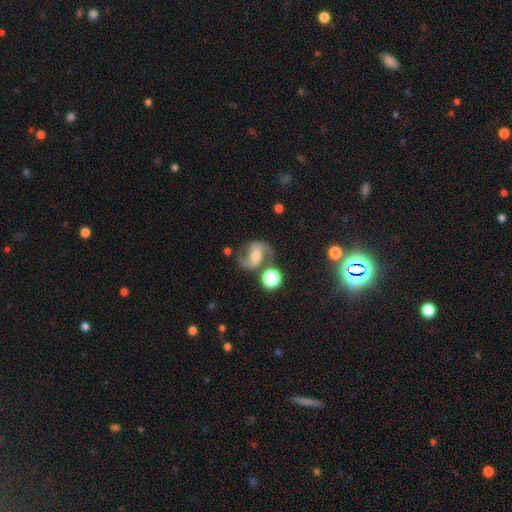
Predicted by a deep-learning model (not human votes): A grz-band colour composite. It shows a featured or disk galaxy (82%) with a weak bar (40%), 2 (93%) medium (50%) spiral arms (96%) and a moderate central bulge (57%). Merging: none (70%).